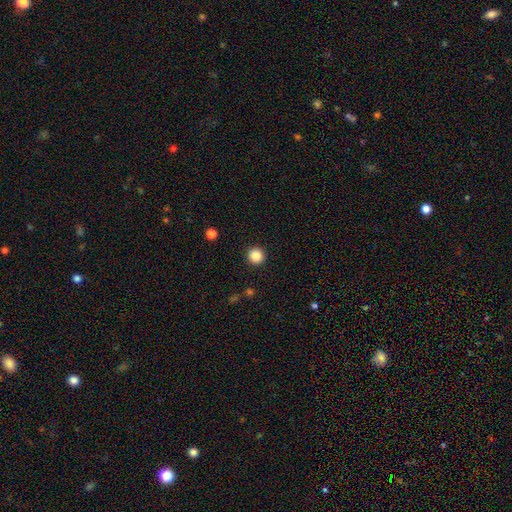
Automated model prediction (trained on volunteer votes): Smooth or featured?
  - smooth: 86% *
  - star or artifact: 10%
  - featured or disk: 4%
How rounded?
  - round: 95% *
  - in between: 4%
  - cigar-shaped: 1%
Merging?
  - none: 93% *
  - minor disturbance: 4%
  - major disturbance: 2%
  - merger: 1%